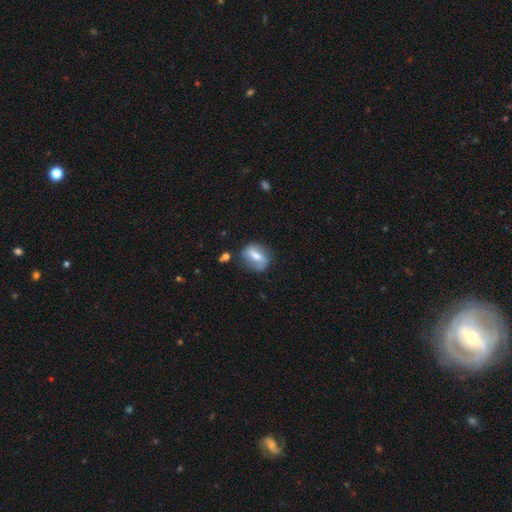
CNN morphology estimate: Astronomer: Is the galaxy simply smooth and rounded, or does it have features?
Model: smooth — 52% (runner-up: featured or disk, 40%).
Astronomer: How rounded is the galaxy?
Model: in between — 60% (runner-up: round, 35%).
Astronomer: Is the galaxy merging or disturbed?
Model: none — 65%.